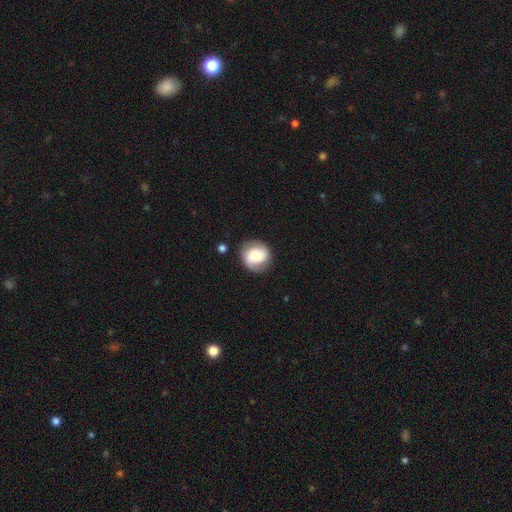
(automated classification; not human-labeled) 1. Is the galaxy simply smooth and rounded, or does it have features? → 54% smooth, 38% featured or disk, 8% star or artifact.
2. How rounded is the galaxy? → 83% round, 16% in between, 1% cigar-shaped.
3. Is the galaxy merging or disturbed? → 74% none, 18% minor disturbance, 6% major disturbance, 3% merger.